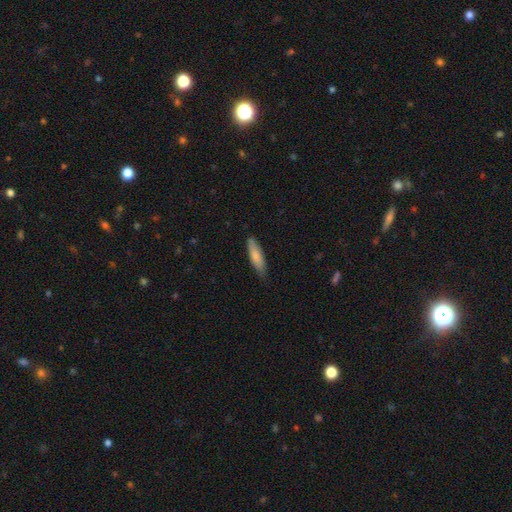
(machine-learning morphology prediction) Smooth or featured? Predicted: smooth (p=0.81). How rounded? Predicted: cigar-shaped (p=0.68). Merging? Predicted: none (p=0.79).